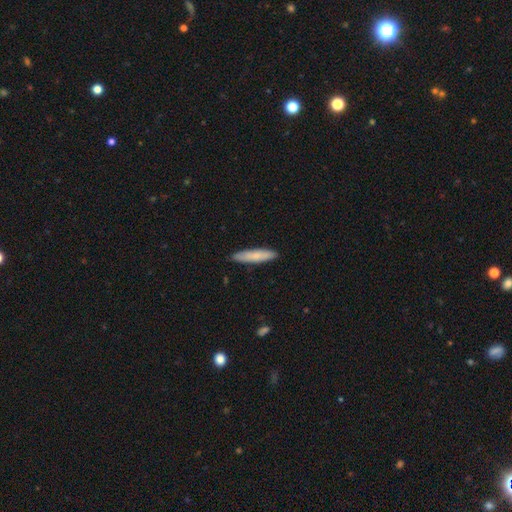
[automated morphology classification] Smooth or featured? smooth (73%)
How rounded? cigar-shaped (83%)
Merging? none (88%)